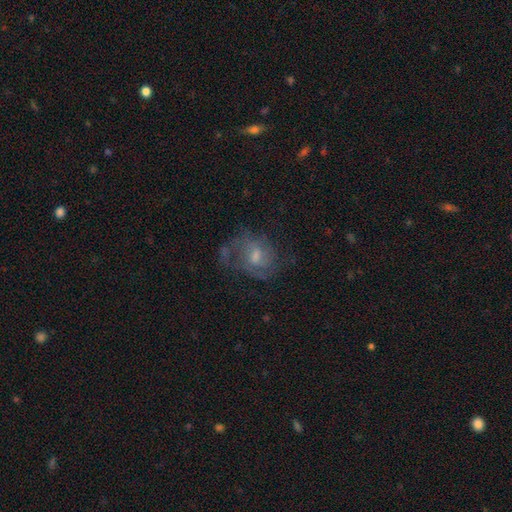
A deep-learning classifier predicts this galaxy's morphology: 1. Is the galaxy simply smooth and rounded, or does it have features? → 65% featured or disk, 25% smooth, 10% star or artifact.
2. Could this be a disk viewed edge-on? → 97% no, 3% yes.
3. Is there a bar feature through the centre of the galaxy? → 50% weak, 42% no, 8% strong.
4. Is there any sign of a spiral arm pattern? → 79% yes, 21% no.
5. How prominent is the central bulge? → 50% moderate, 34% small, 9% none, 6% large, 1% dominant.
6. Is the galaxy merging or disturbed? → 49% none, 25% major disturbance, 22% minor disturbance, 3% merger.